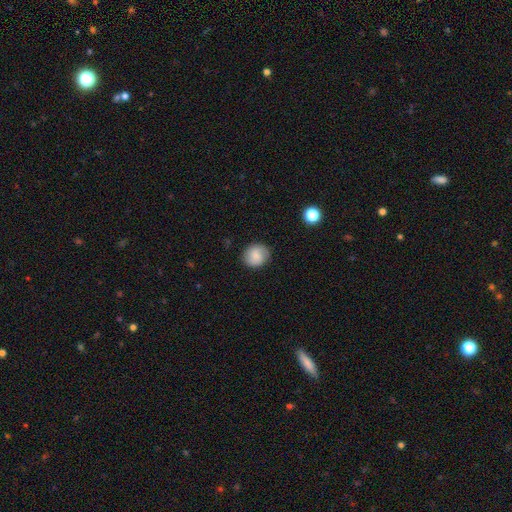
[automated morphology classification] A smooth galaxy with no disk features (77%) that is round (81%).

Vote fractions:
- Smooth or featured? smooth: 77% / featured or disk: 15% / star or artifact: 8%
- How rounded? round: 81% / in between: 18% / cigar-shaped: 1%
- Merging? none: 84% / minor disturbance: 12% / major disturbance: 3% / merger: 1%